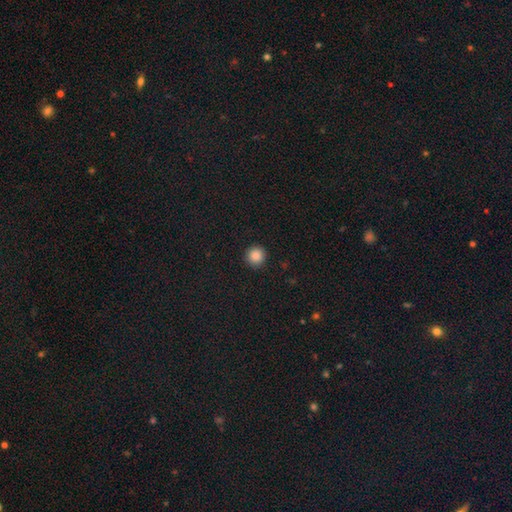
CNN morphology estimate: smooth 87%, star or artifact 10%, featured or disk 3%. Down the decision tree: how rounded — round (95%); merging — none (92%).